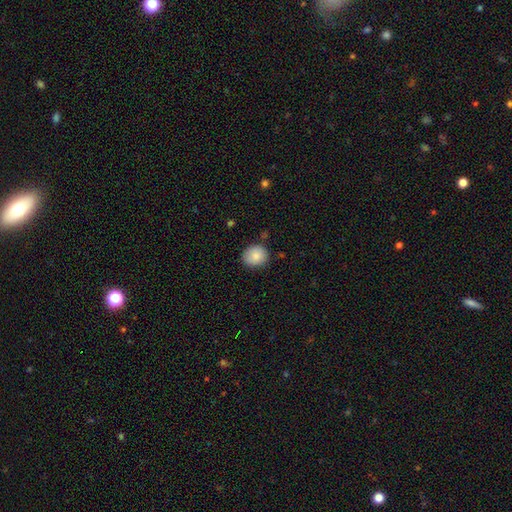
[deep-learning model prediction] Smooth or featured: smooth — 85% (star or artifact — 8%)
How rounded: round — 77% (in between — 22%)
Merging: none — 81% (minor disturbance — 14%)